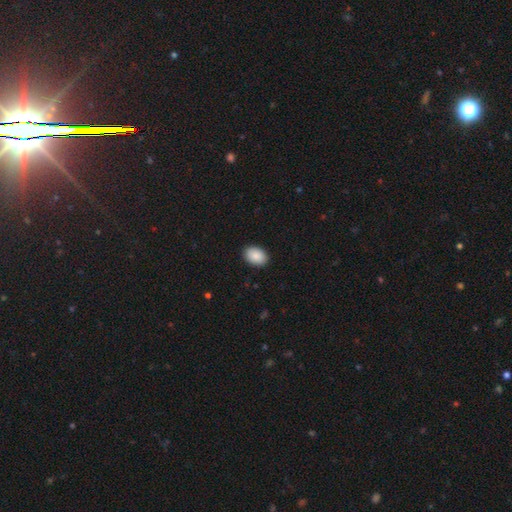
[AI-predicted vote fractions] Smooth or featured?
  - smooth: 90% *
  - star or artifact: 6%
  - featured or disk: 3%
How rounded?
  - in between: 85% *
  - round: 14%
  - cigar-shaped: 1%
Merging?
  - none: 91% *
  - minor disturbance: 7%
  - major disturbance: 2%
  - merger: 1%